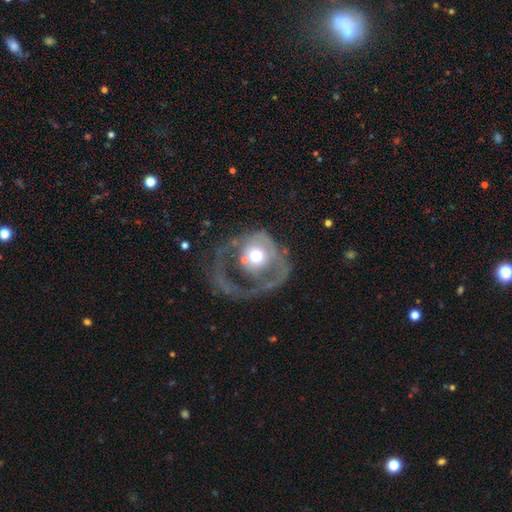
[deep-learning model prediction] This is likely a featured or disk galaxy (62%). It is clearly not viewed edge-on (97%). Bar: clearly no (82%). Spiral arm pattern: possibly no (53%). Central bulge: likely moderate (64%). Merging: possibly major disturbance (55%).